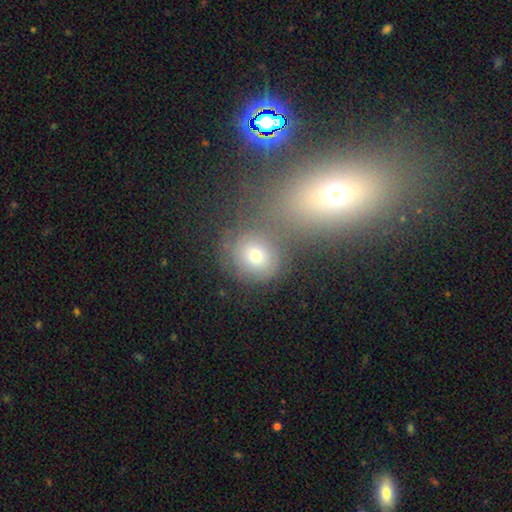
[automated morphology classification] This is likely a smooth galaxy (61%). How rounded: likely round (75%). Merging: likely none (63%).